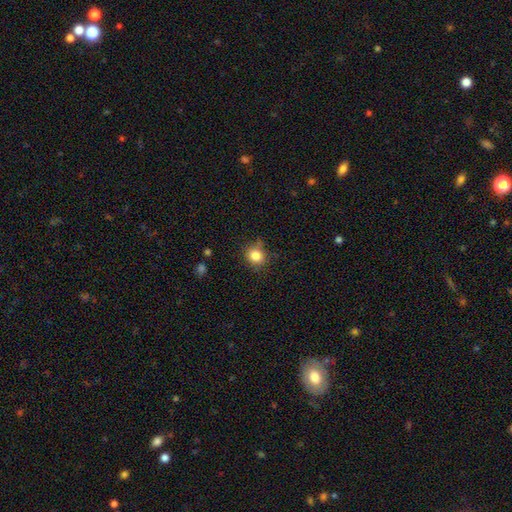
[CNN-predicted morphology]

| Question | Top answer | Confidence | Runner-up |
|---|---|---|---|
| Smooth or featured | smooth | 83% | star or artifact (11%) |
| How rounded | round | 78% | in between (21%) |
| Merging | none | 79% | minor disturbance (15%) |